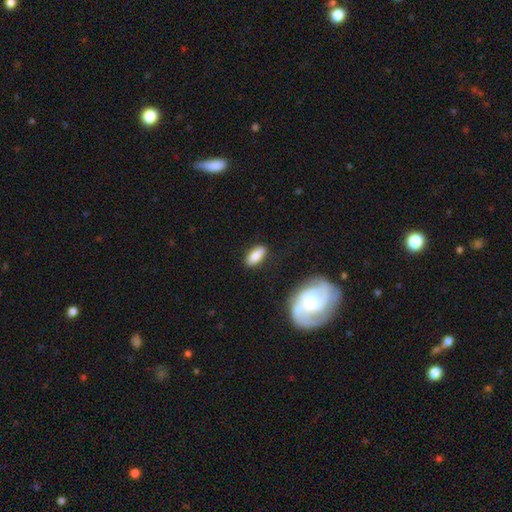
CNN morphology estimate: smooth-or-featured: smooth: 83% | featured or disk: 10% | star or artifact: 7%
  how-rounded: in between: 80% | cigar-shaped: 17% | round: 3%
  merging: none: 84% | minor disturbance: 11% | major disturbance: 3% | merger: 2%